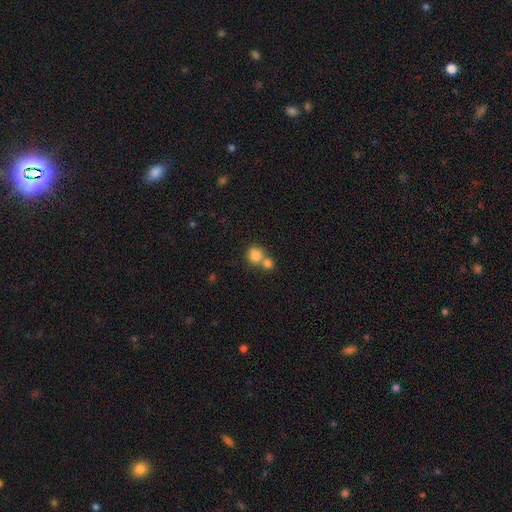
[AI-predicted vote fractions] Smooth or featured?
  - smooth: 81% *
  - star or artifact: 10%
  - featured or disk: 9%
How rounded?
  - round: 81% *
  - in between: 18%
  - cigar-shaped: 1%
Merging?
  - merger: 50% *
  - none: 41%
  - minor disturbance: 7%
  - major disturbance: 3%